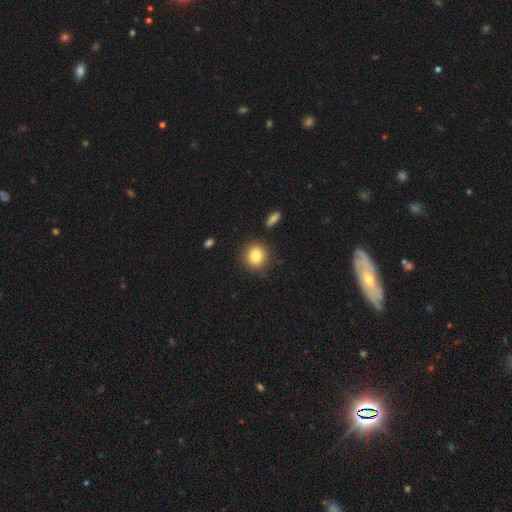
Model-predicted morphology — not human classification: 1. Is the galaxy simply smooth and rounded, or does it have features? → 82% smooth, 9% star or artifact, 9% featured or disk.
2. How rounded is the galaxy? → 86% round, 13% in between, 1% cigar-shaped.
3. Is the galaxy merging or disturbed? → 86% none, 9% minor disturbance, 3% merger, 3% major disturbance.